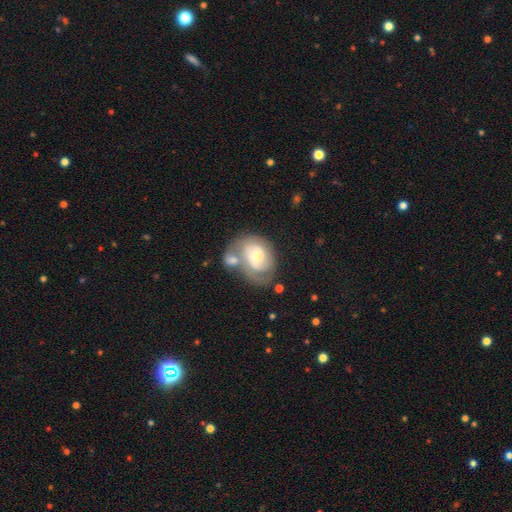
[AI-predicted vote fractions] Smooth or featured: featured or disk — 66% (smooth — 28%)
Edge-on disk: no — 97% (yes — 3%)
Bar: no — 65% (weak — 30%)
Spiral arms: yes — 84% (no — 16%)
Spiral winding: tight — 52% (medium — 35%)
Spiral arm count: 2 — 48% (1 — 24%)
Bulge size: moderate — 65% (small — 16%)
Merging: merger — 37% (none — 33%)